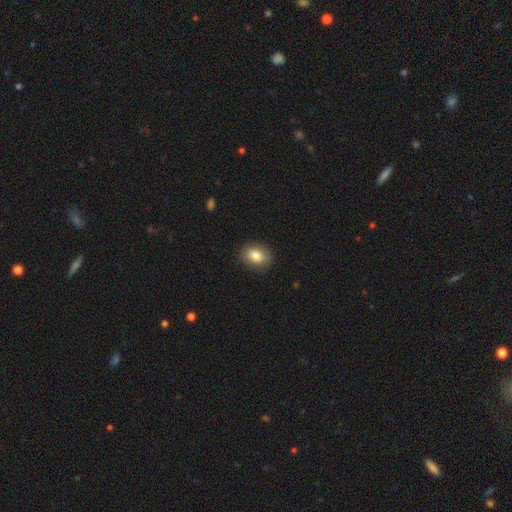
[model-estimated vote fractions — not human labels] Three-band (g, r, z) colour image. It shows a smooth galaxy with no disk features (84%) that is in between round and cigar-shaped (71%). Merging: none (86%).